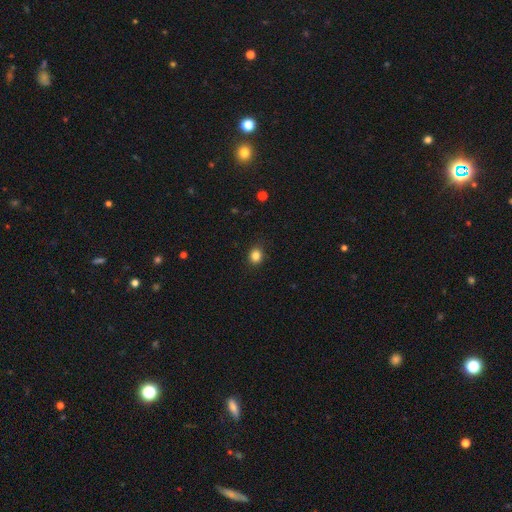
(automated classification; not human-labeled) Smooth or featured: smooth — 84% (star or artifact — 12%)
How rounded: round — 73% (in between — 27%)
Merging: none — 87% (minor disturbance — 9%)